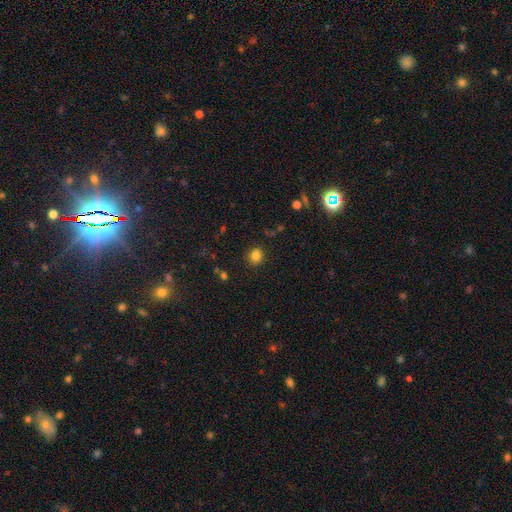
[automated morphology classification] Q: Smooth or featured?
A: smooth (83%); runner-up: star or artifact (13%)
Q: How rounded?
A: round (77%); runner-up: in between (22%)
Q: Merging?
A: none (88%); runner-up: minor disturbance (8%)